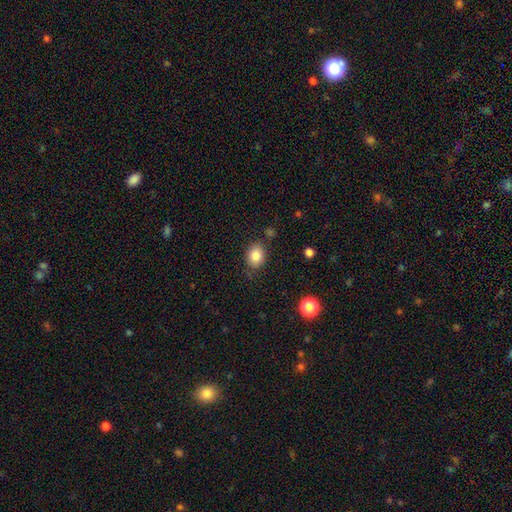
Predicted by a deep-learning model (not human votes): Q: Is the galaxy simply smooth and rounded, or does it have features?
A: smooth — 85%.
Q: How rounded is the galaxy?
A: in between — 50%.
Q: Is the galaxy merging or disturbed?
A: none — 78%.